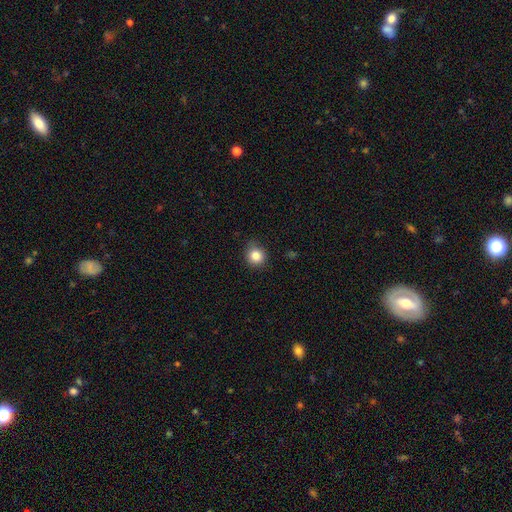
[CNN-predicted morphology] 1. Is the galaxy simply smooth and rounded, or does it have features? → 84% smooth, 11% star or artifact, 5% featured or disk.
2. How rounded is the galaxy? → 87% round, 12% in between, 1% cigar-shaped.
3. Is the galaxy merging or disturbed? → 83% none, 14% minor disturbance, 3% major disturbance, 1% merger.